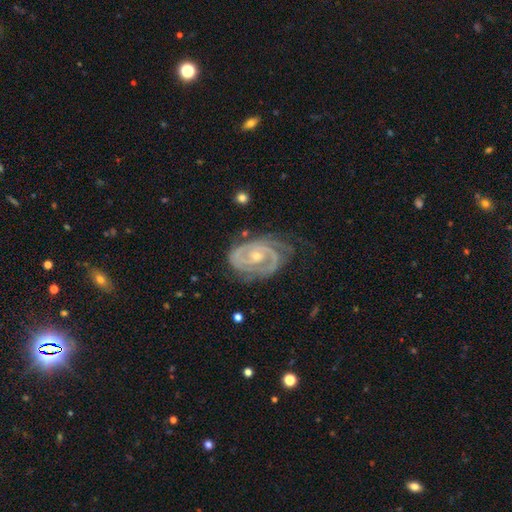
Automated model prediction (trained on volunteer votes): Smooth or featured? Predicted: featured or disk (p=0.90). Edge-on disk? Predicted: no (p=0.97). Bar? Predicted: no (p=0.65). Spiral arms? Predicted: yes (p=0.97). Spiral winding? Predicted: tight (p=0.69). Spiral arm count? Predicted: 2 (p=0.64). Bulge size? Predicted: small (p=0.53). Merging? Predicted: none (p=0.65).